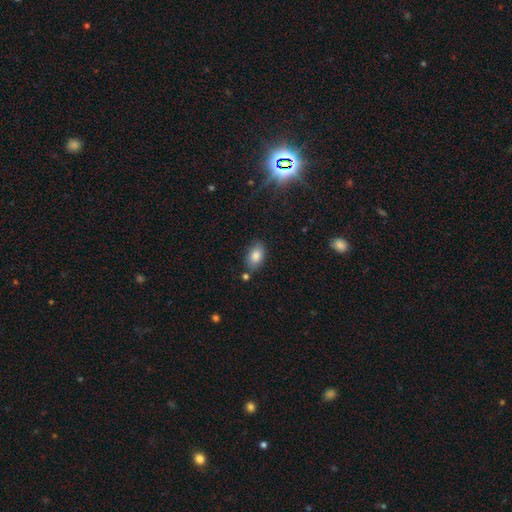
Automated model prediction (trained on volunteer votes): Smooth or featured? Predicted: smooth (p=0.83). How rounded? Predicted: in between (p=0.89). Merging? Predicted: none (p=0.78).